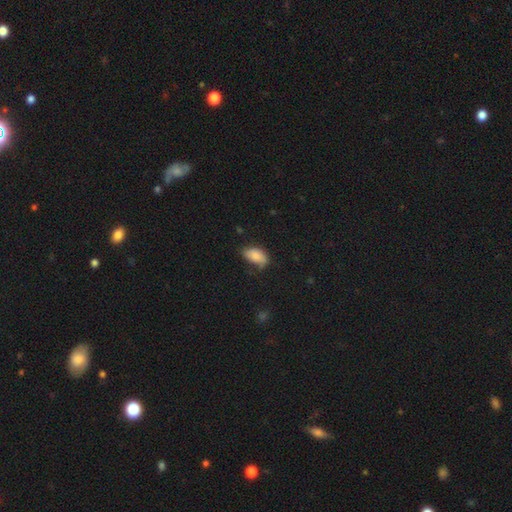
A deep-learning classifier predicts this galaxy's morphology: A smooth galaxy with no disk features (82%) that is in between round and cigar-shaped (93%).

Vote fractions:
- Smooth or featured? smooth: 82% / featured or disk: 10% / star or artifact: 7%
- How rounded? in between: 93% / round: 4% / cigar-shaped: 3%
- Merging? none: 55% / minor disturbance: 34% / major disturbance: 8% / merger: 3%